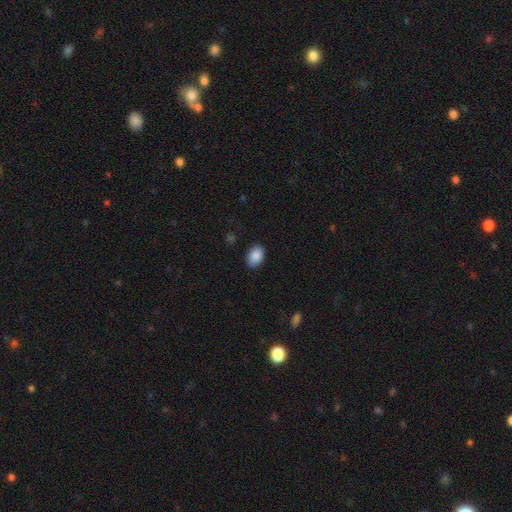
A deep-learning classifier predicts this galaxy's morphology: This is clearly a smooth galaxy (89%). How rounded: clearly in between (85%). Merging: clearly none (87%).